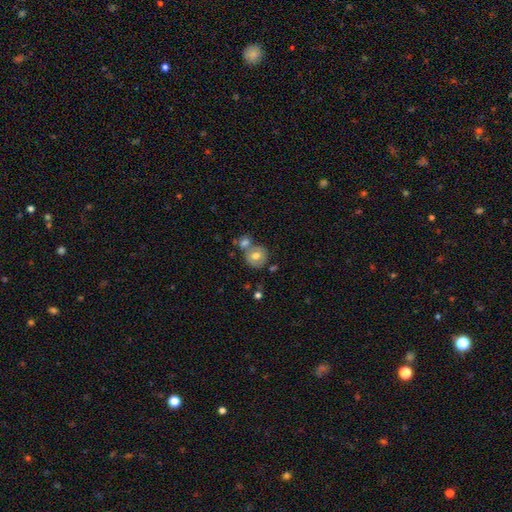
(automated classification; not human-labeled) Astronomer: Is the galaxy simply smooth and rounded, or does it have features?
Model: smooth — 69%.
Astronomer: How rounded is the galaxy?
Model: round — 83%.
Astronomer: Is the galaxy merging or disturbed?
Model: none — 47% (runner-up: merger, 38%).